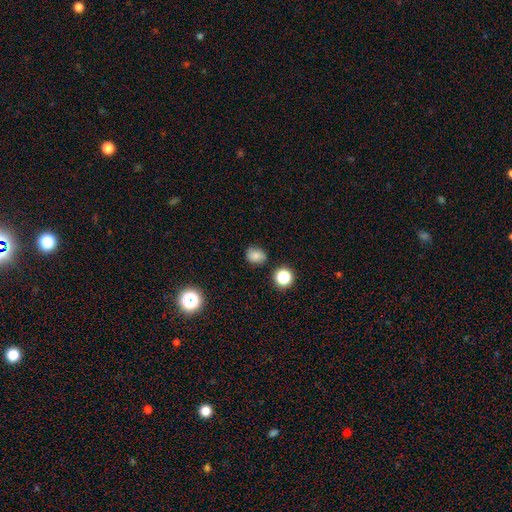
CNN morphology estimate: Smooth or featured?
  - smooth: 77% *
  - star or artifact: 15%
  - featured or disk: 8%
How rounded?
  - round: 55% *
  - in between: 44%
  - cigar-shaped: 1%
Merging?
  - none: 77% *
  - minor disturbance: 16%
  - major disturbance: 4%
  - merger: 3%